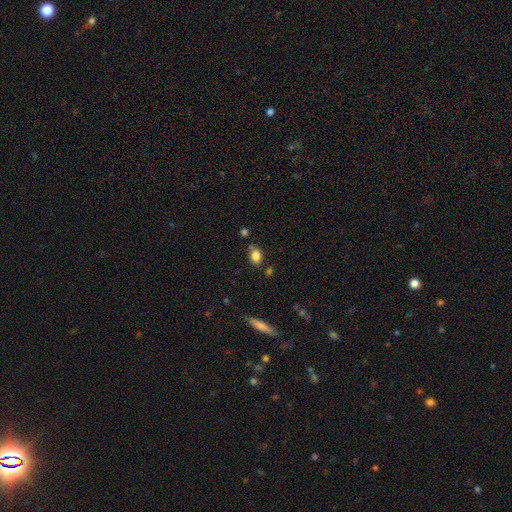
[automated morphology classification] A smooth galaxy with no disk features (83%) that is in between round and cigar-shaped (78%).

Vote fractions:
- Smooth or featured? smooth: 83% / star or artifact: 10% / featured or disk: 7%
- How rounded? in between: 78% / round: 20% / cigar-shaped: 2%
- Merging? none: 68% / minor disturbance: 18% / merger: 10% / major disturbance: 4%